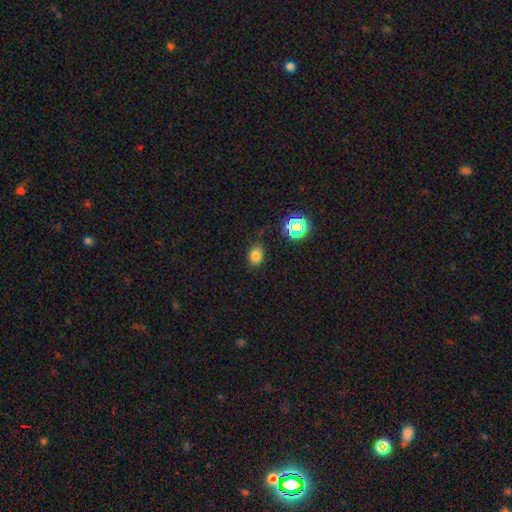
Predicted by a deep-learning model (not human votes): This appears to be a smooth galaxy with no disk features (76%) that is in between round and cigar-shaped (61%). Merging: none (78%).